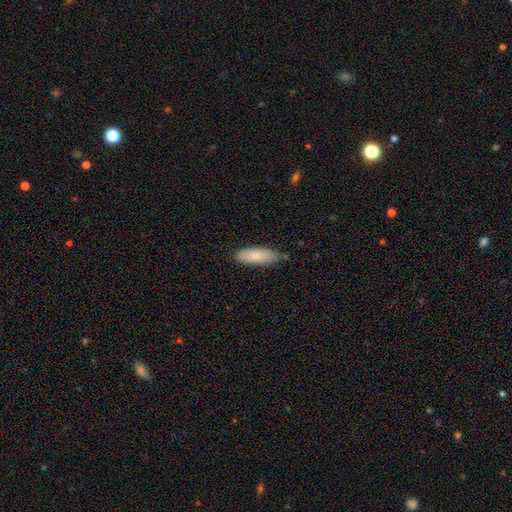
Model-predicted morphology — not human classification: A smooth galaxy with no disk features (80%) that is in between round and cigar-shaped (63%). Merging: none (75%).